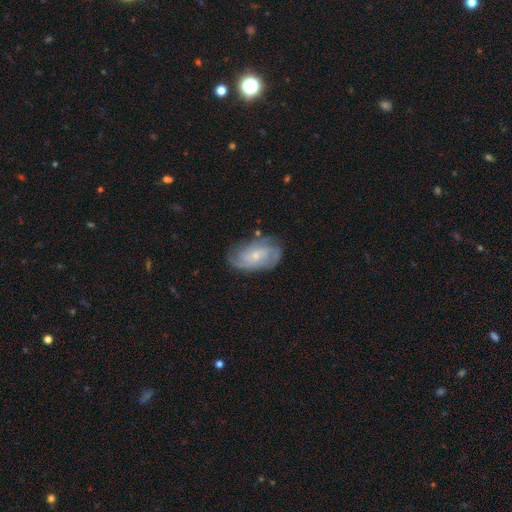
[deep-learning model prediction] A featured or disk galaxy (74%) with no bar (65%), tight (46%) spiral arms (92%) and a small central bulge (67%). Merging: none (67%).